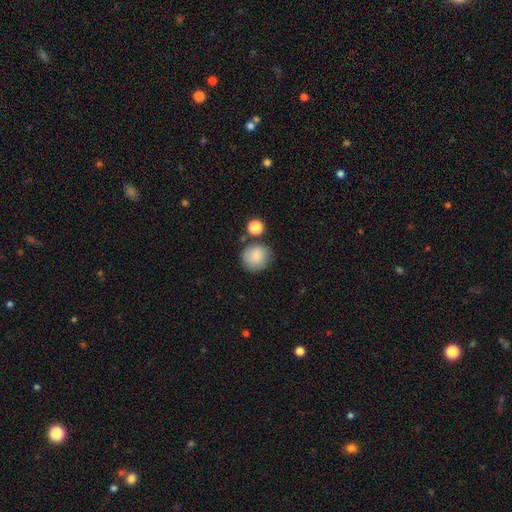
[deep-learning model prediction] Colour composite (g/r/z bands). It shows a smooth galaxy with no disk features (84%) that is round (89%). Merging: none (73%).